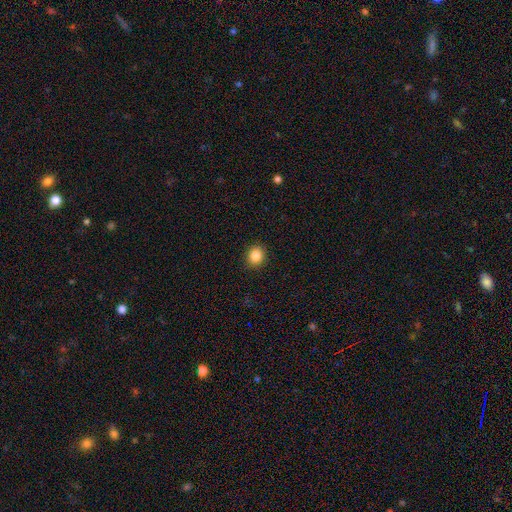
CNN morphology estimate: A smooth galaxy with no disk features (86%) that is round (79%). Merging: none (91%).